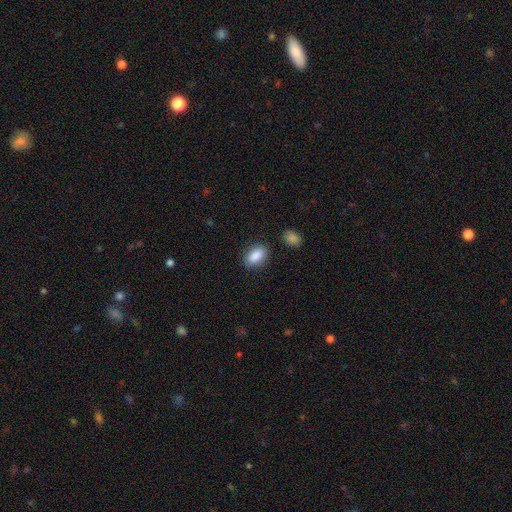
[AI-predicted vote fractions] Q: Smooth or featured?
A: smooth (88%); runner-up: star or artifact (7%)
Q: How rounded?
A: in between (88%); runner-up: round (9%)
Q: Merging?
A: none (83%); runner-up: minor disturbance (11%)